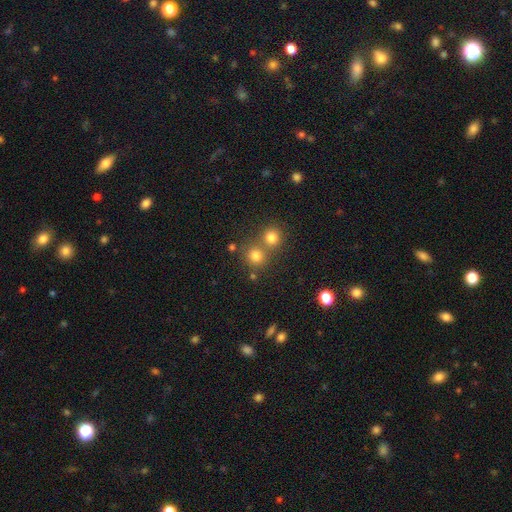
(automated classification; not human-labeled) smooth 77%, star or artifact 16%, featured or disk 7%. Down the decision tree: how rounded — round (87%); merging — none (57%).